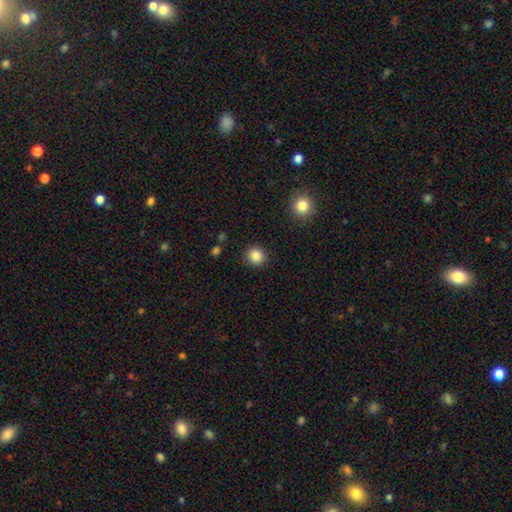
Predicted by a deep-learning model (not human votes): Smooth or featured?
  - smooth: 86% *
  - star or artifact: 10%
  - featured or disk: 4%
How rounded?
  - round: 91% *
  - in between: 8%
  - cigar-shaped: 1%
Merging?
  - none: 90% *
  - minor disturbance: 6%
  - major disturbance: 2%
  - merger: 1%